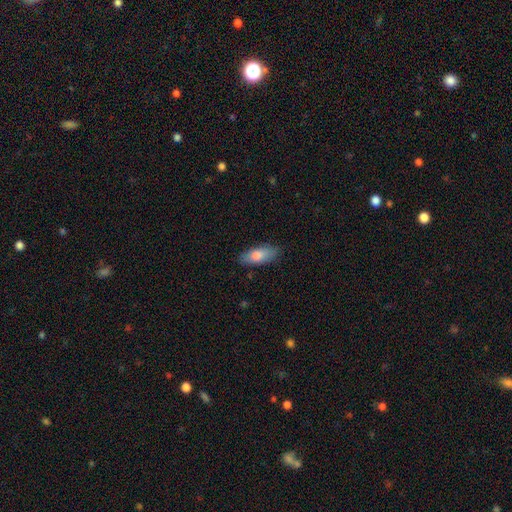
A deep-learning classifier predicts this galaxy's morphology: This appears to be a smooth galaxy with no disk features (74%) that is in between round and cigar-shaped (72%). Merging: none (86%).